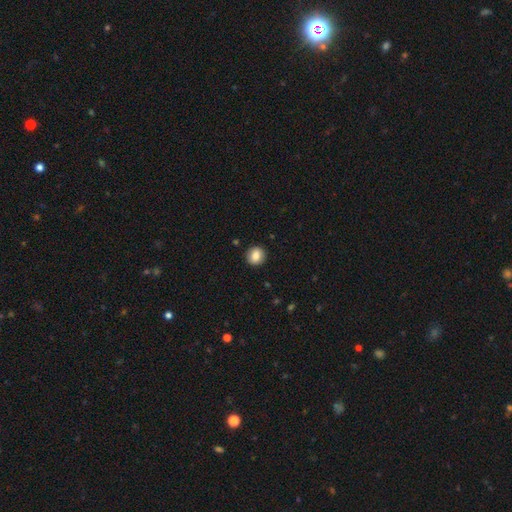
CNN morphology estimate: Smooth or featured? Predicted: smooth (p=0.84). How rounded? Predicted: round (p=0.89). Merging? Predicted: none (p=0.91).